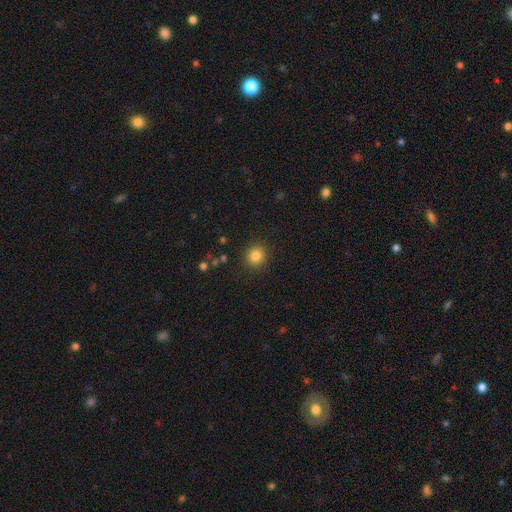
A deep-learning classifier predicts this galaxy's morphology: Q: Smooth or featured?
A: smooth (83%); runner-up: star or artifact (12%)
Q: How rounded?
A: round (87%); runner-up: in between (12%)
Q: Merging?
A: none (90%); runner-up: minor disturbance (6%)